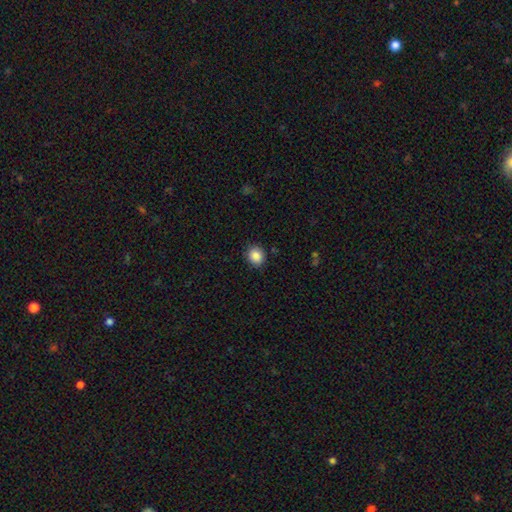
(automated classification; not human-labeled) A smooth galaxy with no disk features (87%) that is round (77%).

Vote fractions:
- Smooth or featured? smooth: 87% / star or artifact: 9% / featured or disk: 4%
- How rounded? round: 77% / in between: 22% / cigar-shaped: 1%
- Merging? none: 88% / minor disturbance: 8% / major disturbance: 2% / merger: 1%